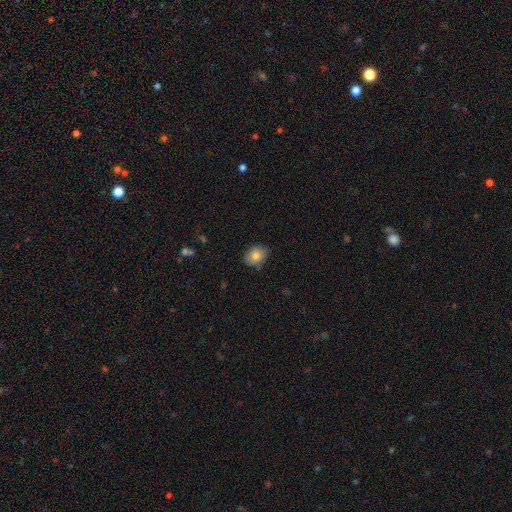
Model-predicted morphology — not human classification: Q: Smooth or featured?
A: smooth (81%); runner-up: featured or disk (10%)
Q: How rounded?
A: in between (71%); runner-up: round (28%)
Q: Merging?
A: none (83%); runner-up: minor disturbance (13%)